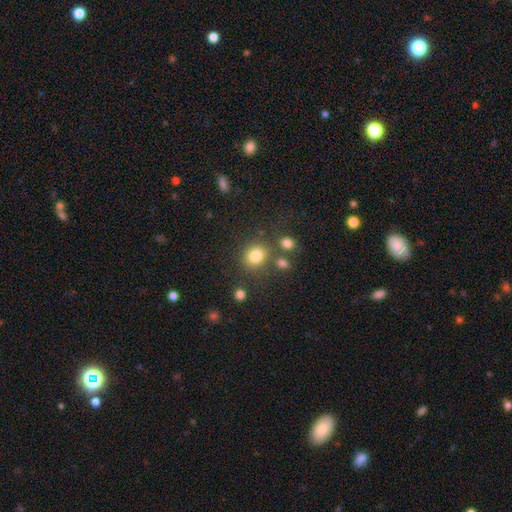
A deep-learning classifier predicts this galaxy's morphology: This appears to be a smooth galaxy with no disk features (81%) that is round (76%). Merging: none (73%).